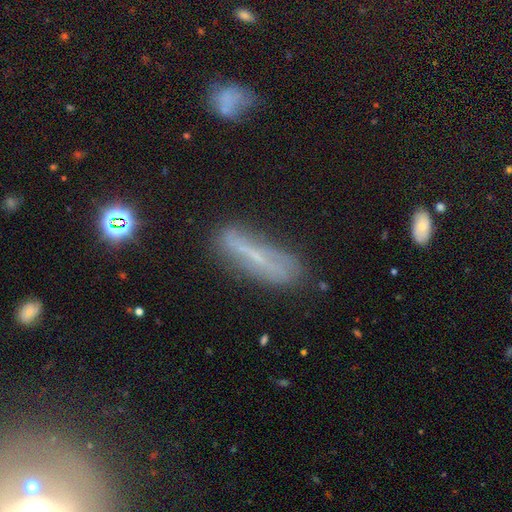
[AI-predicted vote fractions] Overall: featured or disk (45%; smooth 38%). Merging: none (63%).